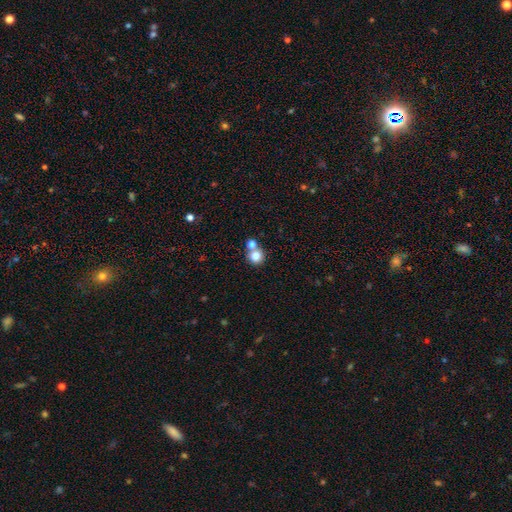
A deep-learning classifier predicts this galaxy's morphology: Smooth or featured? Predicted: smooth (p=0.81). How rounded? Predicted: round (p=0.88). Merging? Predicted: none (p=0.52).